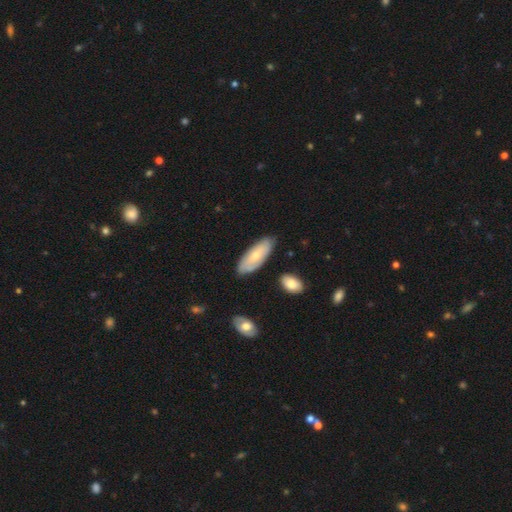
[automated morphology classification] This is likely a smooth galaxy (62%). How rounded: likely in between (77%). Merging: likely none (76%).